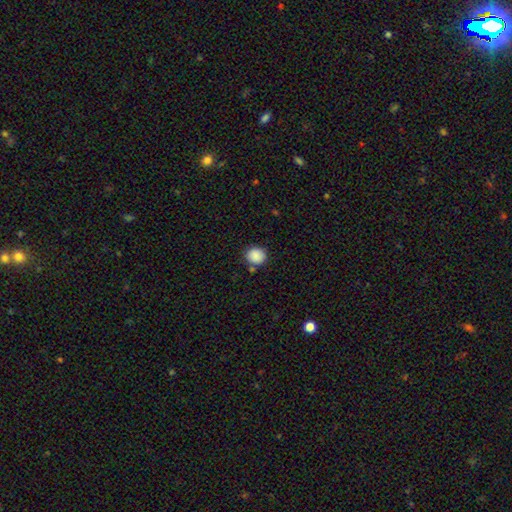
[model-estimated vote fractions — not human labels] Q: Smooth or featured?
A: smooth (89%); runner-up: star or artifact (8%)
Q: How rounded?
A: round (78%); runner-up: in between (21%)
Q: Merging?
A: none (79%); runner-up: minor disturbance (12%)